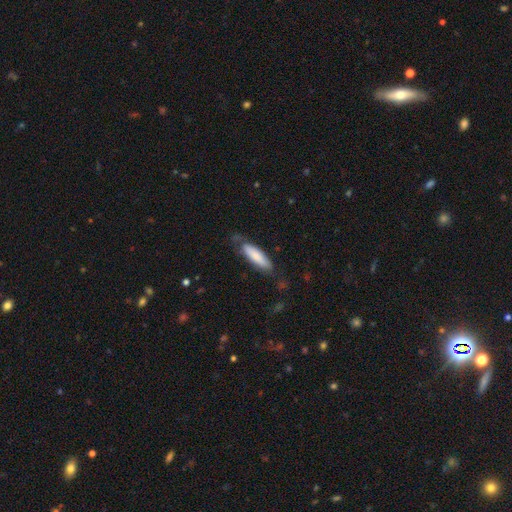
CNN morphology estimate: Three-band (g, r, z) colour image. It shows a smooth galaxy with no disk features (79%) that is cigar-shaped (56%). Merging: none (65%).